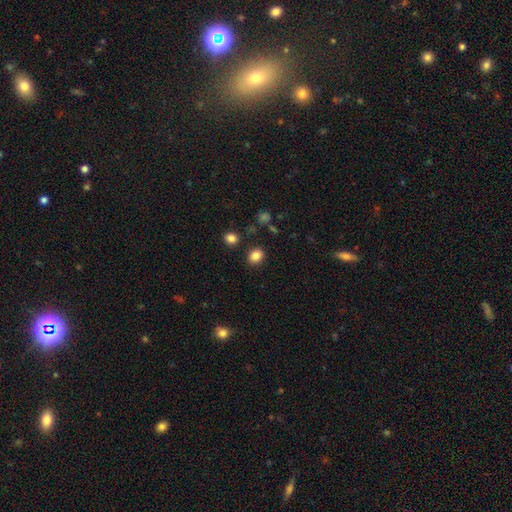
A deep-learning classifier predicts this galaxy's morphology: smooth-or-featured: smooth: 85% | star or artifact: 10% | featured or disk: 5%
  how-rounded: round: 53% | in between: 46% | cigar-shaped: 1%
  merging: none: 86% | minor disturbance: 8% | merger: 3% | major disturbance: 3%